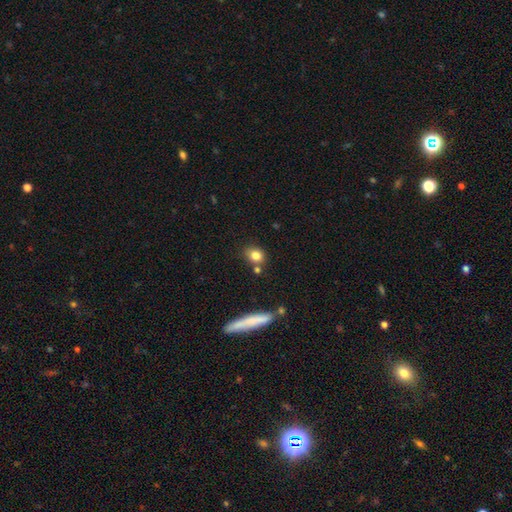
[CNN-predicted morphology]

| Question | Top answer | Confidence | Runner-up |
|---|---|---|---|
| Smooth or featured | smooth | 80% | star or artifact (11%) |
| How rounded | round | 57% | in between (40%) |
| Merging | none | 71% | minor disturbance (13%) |